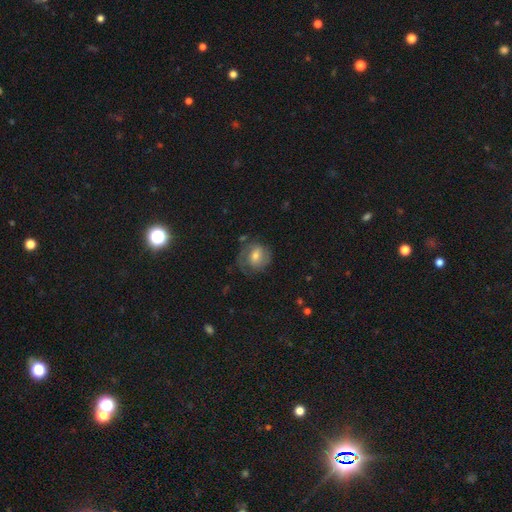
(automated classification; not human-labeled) Overall: featured or disk (50%; smooth 40%). Edge-on disk: no (96%). Merging: none (60%; minor disturbance 22%).